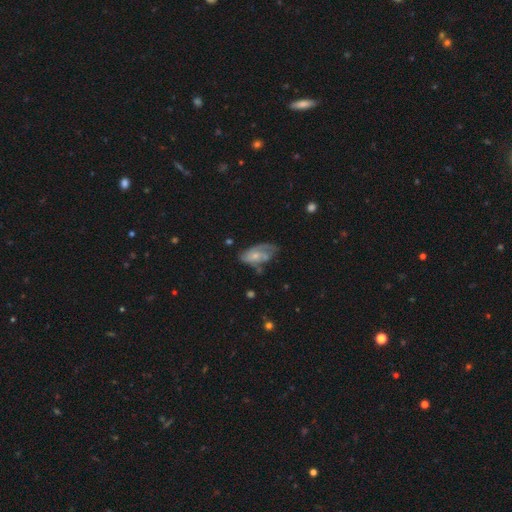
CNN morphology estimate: Smooth or featured: featured or disk — 52% (smooth — 41%)
Edge-on disk: no — 93% (yes — 7%)
Merging: none — 37% (minor disturbance — 31%)